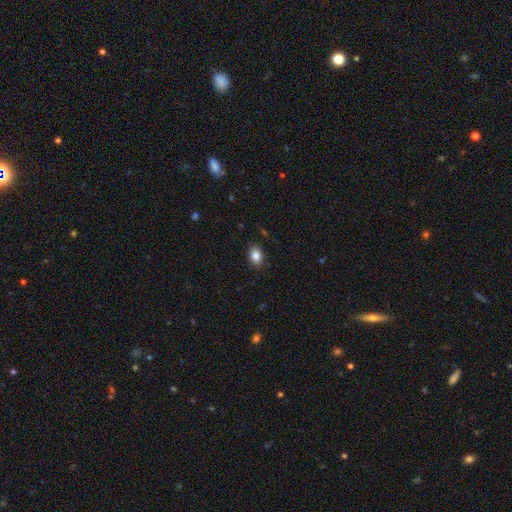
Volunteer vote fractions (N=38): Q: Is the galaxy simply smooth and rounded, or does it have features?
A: smooth — 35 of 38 (92%).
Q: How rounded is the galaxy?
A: in between — 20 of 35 (57%).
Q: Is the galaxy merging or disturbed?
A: none — 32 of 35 (91%).